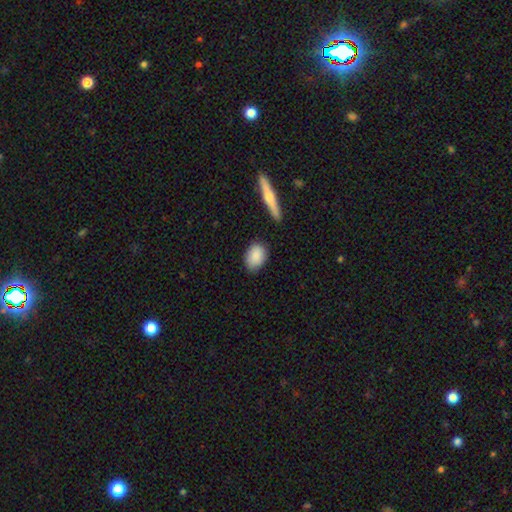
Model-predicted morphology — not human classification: This is clearly a smooth galaxy (87%). How rounded: likely in between (78%). Merging: likely none (78%).